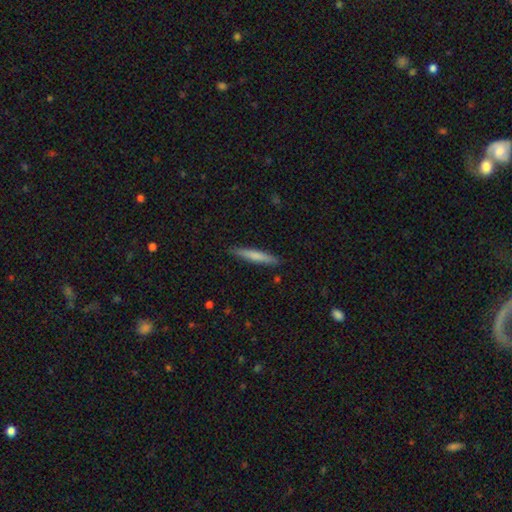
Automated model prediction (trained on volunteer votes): A smooth galaxy with no disk features (69%) that is cigar-shaped (94%).

Vote fractions:
- Smooth or featured? smooth: 69% / featured or disk: 26% / star or artifact: 5%
- How rounded? cigar-shaped: 94% / in between: 5% / round: 1%
- Merging? none: 89% / minor disturbance: 8% / major disturbance: 2% / merger: 1%